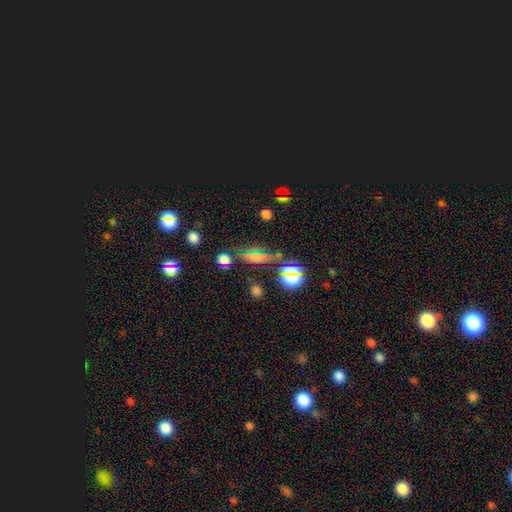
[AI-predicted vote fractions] smooth 43%, star or artifact 41%, featured or disk 16%. Down the decision tree: merging — none (70%).